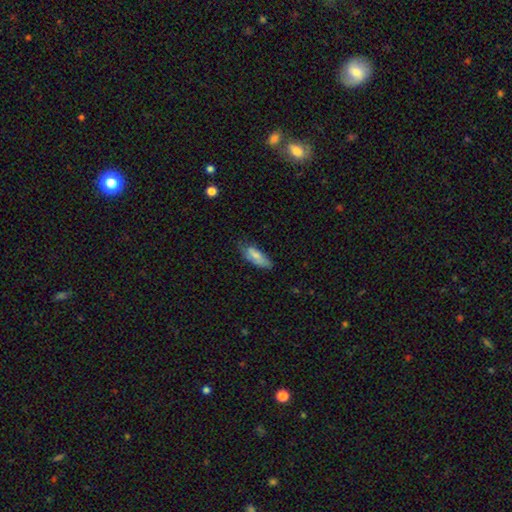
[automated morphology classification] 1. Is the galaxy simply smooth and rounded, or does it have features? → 74% smooth, 19% featured or disk, 7% star or artifact.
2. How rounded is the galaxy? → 70% in between, 28% cigar-shaped, 2% round.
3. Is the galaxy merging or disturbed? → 57% none, 32% minor disturbance, 8% major disturbance, 3% merger.